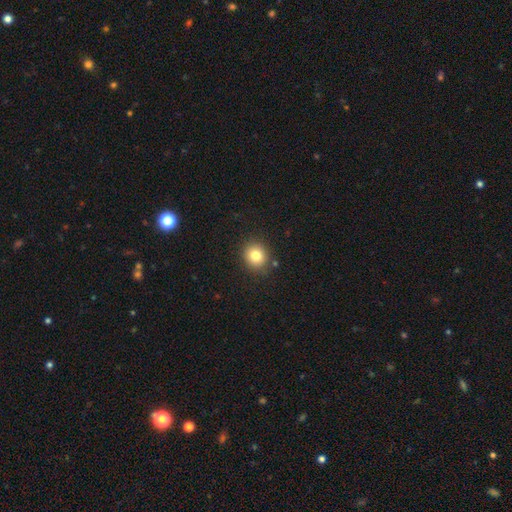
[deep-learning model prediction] Smooth or featured?
  - smooth: 81% *
  - star or artifact: 11%
  - featured or disk: 8%
How rounded?
  - round: 83% *
  - in between: 16%
  - cigar-shaped: 1%
Merging?
  - none: 86% *
  - minor disturbance: 9%
  - major disturbance: 3%
  - merger: 2%